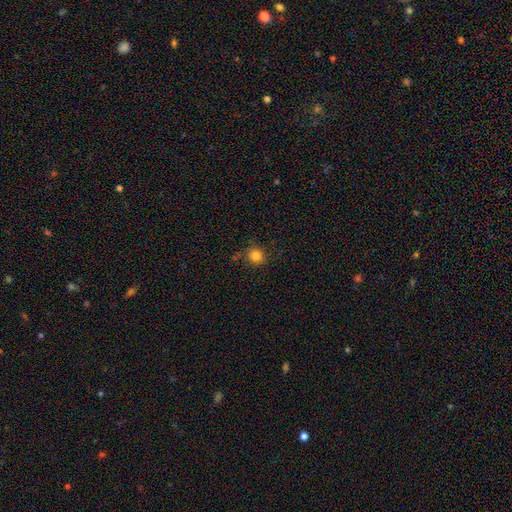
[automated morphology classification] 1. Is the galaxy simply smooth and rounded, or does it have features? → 83% smooth, 12% star or artifact, 4% featured or disk.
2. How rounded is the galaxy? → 91% round, 8% in between, 1% cigar-shaped.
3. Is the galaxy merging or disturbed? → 84% none, 10% minor disturbance, 3% major disturbance, 3% merger.